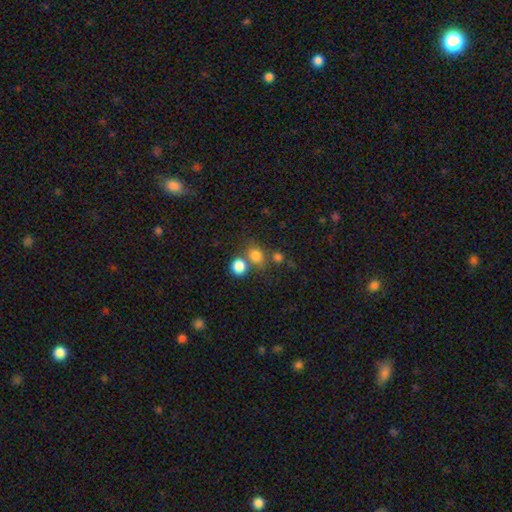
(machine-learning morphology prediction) Smooth or featured?
  - smooth: 79% *
  - star or artifact: 14%
  - featured or disk: 7%
How rounded?
  - round: 72% *
  - in between: 27%
  - cigar-shaped: 1%
Merging?
  - none: 58% *
  - merger: 28%
  - minor disturbance: 10%
  - major disturbance: 5%